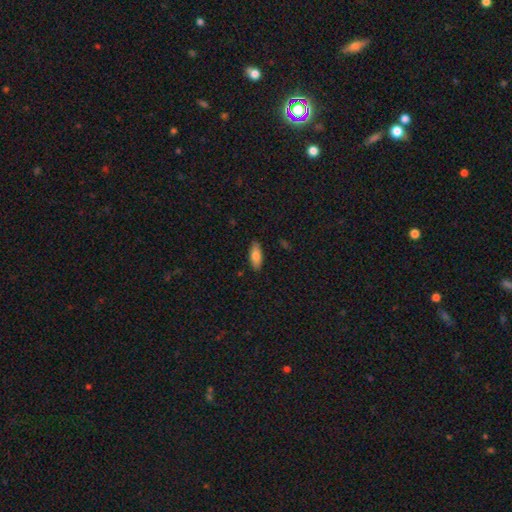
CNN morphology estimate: Smooth or featured?
  - smooth: 81% *
  - featured or disk: 13%
  - star or artifact: 7%
How rounded?
  - in between: 77% *
  - cigar-shaped: 21%
  - round: 2%
Merging?
  - none: 87% *
  - minor disturbance: 10%
  - major disturbance: 2%
  - merger: 1%